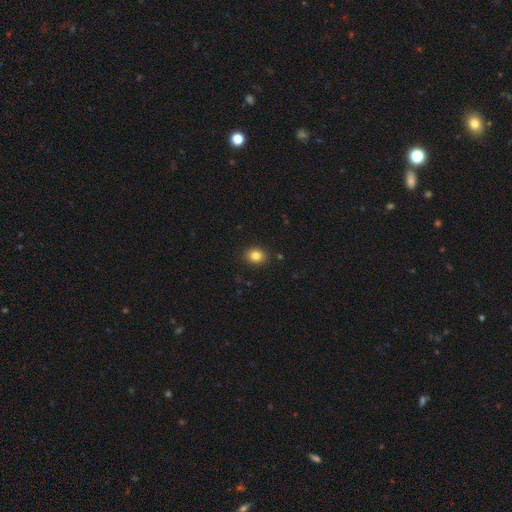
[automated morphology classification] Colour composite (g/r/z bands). It shows a smooth galaxy with no disk features (84%) that is round (52%). Merging: none (89%).